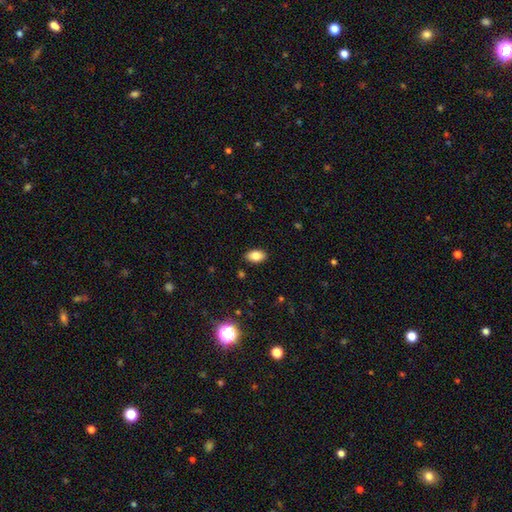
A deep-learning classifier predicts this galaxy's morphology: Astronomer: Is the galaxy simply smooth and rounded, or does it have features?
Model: smooth — 83%.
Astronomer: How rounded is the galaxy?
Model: in between — 92%.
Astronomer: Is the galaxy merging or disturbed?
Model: none — 88%.